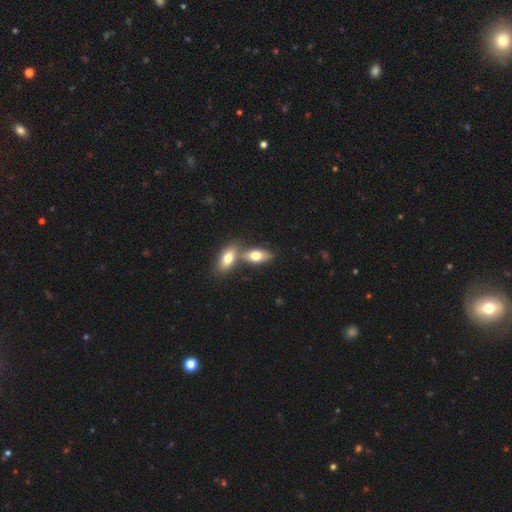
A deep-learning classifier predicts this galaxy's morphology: Q: Smooth or featured?
A: smooth (70%); runner-up: featured or disk (24%)
Q: How rounded?
A: in between (84%); runner-up: cigar-shaped (12%)
Q: Merging?
A: merger (47%); runner-up: none (42%)